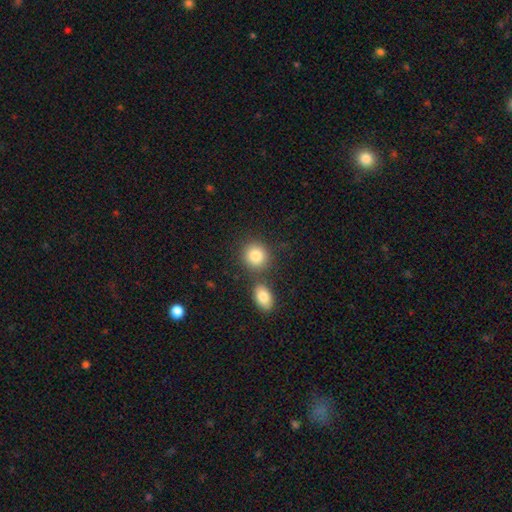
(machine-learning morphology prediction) Q: Smooth or featured?
A: smooth (85%); runner-up: star or artifact (8%)
Q: How rounded?
A: round (80%); runner-up: in between (19%)
Q: Merging?
A: none (69%); runner-up: merger (18%)